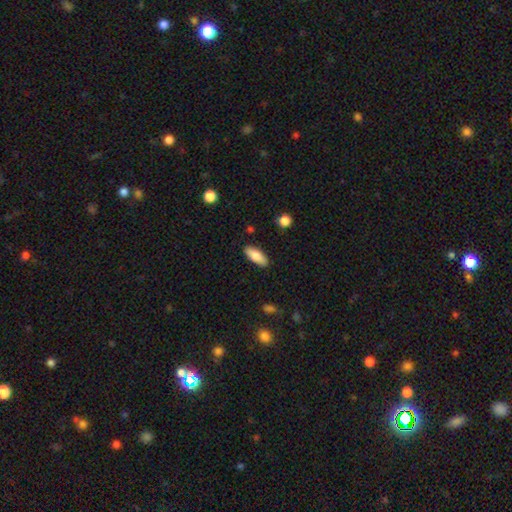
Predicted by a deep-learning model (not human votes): Smooth or featured?
  - smooth: 81% *
  - featured or disk: 13%
  - star or artifact: 6%
How rounded?
  - in between: 73% *
  - cigar-shaped: 24%
  - round: 2%
Merging?
  - none: 88% *
  - minor disturbance: 9%
  - major disturbance: 2%
  - merger: 1%